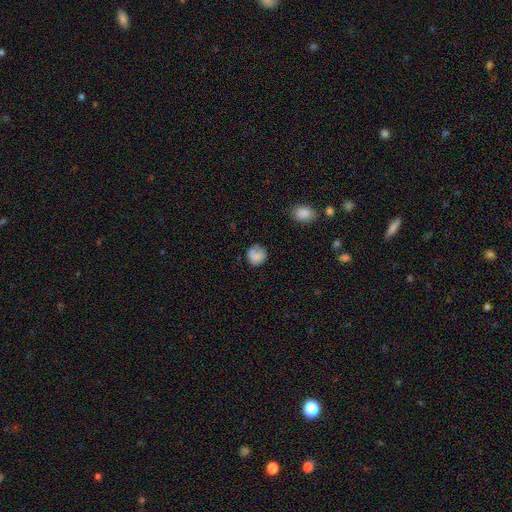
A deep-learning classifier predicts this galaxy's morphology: A smooth galaxy with no disk features (84%) that is round (88%).

Vote fractions:
- Smooth or featured? smooth: 84% / star or artifact: 9% / featured or disk: 7%
- How rounded? round: 88% / in between: 11% / cigar-shaped: 1%
- Merging? none: 73% / minor disturbance: 20% / major disturbance: 5% / merger: 2%